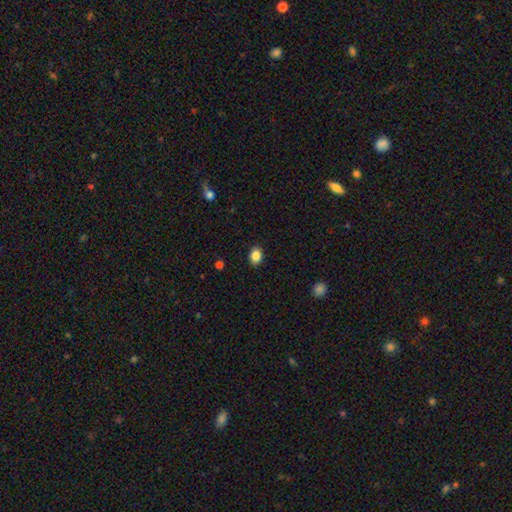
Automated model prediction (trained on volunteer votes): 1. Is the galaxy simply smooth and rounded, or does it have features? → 86% smooth, 9% star or artifact, 4% featured or disk.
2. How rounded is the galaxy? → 62% in between, 37% round, 1% cigar-shaped.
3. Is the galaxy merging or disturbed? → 90% none, 7% minor disturbance, 2% major disturbance, 1% merger.